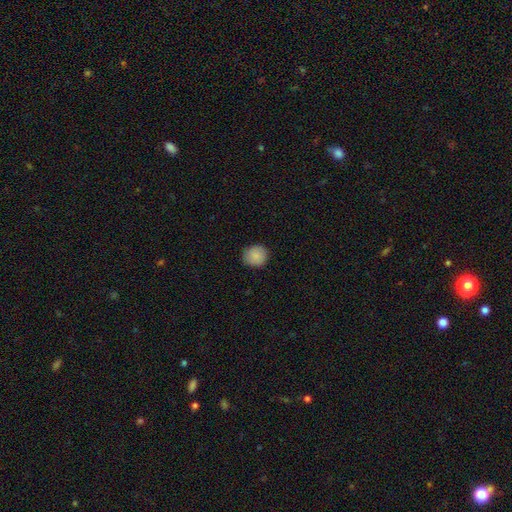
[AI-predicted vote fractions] smooth-or-featured: smooth: 86% | star or artifact: 7% | featured or disk: 6%
  how-rounded: round: 86% | in between: 13% | cigar-shaped: 1%
  merging: none: 85% | minor disturbance: 12% | major disturbance: 2% | merger: 1%